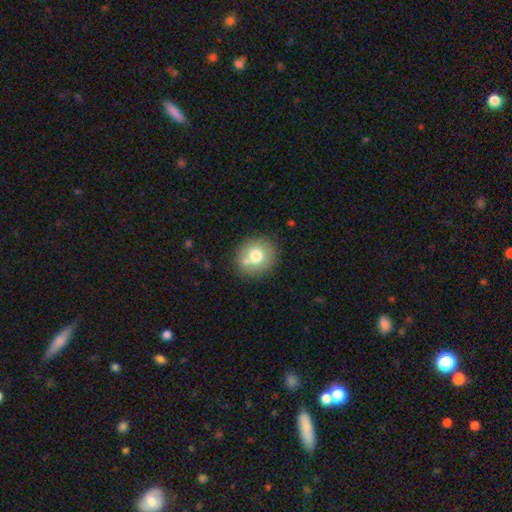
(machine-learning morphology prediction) smooth 71%, featured or disk 19%, star or artifact 10%. Down the decision tree: how rounded — round (82%); merging — none (71%).